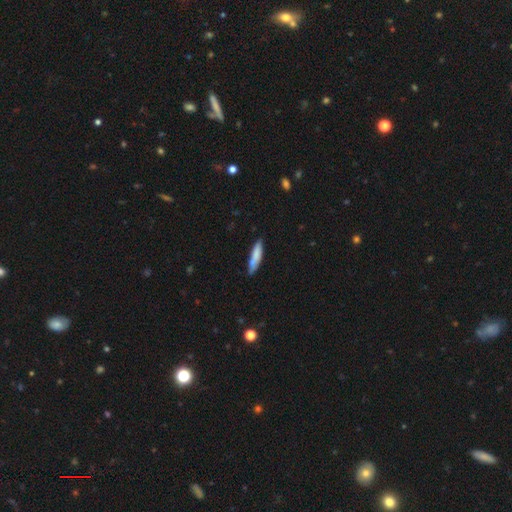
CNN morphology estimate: A smooth galaxy with no disk features (80%) that is cigar-shaped (79%).

Vote fractions:
- Smooth or featured? smooth: 80% / featured or disk: 14% / star or artifact: 6%
- How rounded? cigar-shaped: 79% / in between: 20% / round: 1%
- Merging? none: 78% / minor disturbance: 17% / major disturbance: 3% / merger: 2%